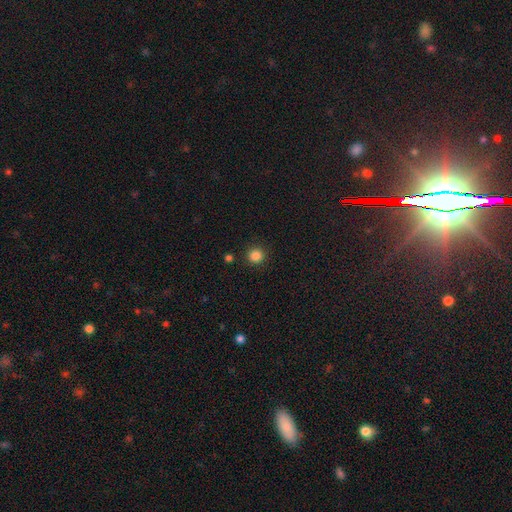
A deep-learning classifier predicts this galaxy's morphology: type=smooth (85%); roundness=round (94%); merging=none (91%).